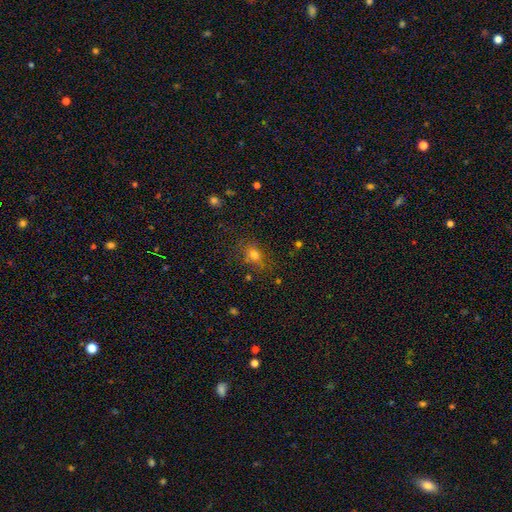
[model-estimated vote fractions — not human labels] smooth 63%, star or artifact 26%, featured or disk 11%. Down the decision tree: how rounded — round (54%); merging — none (75%).